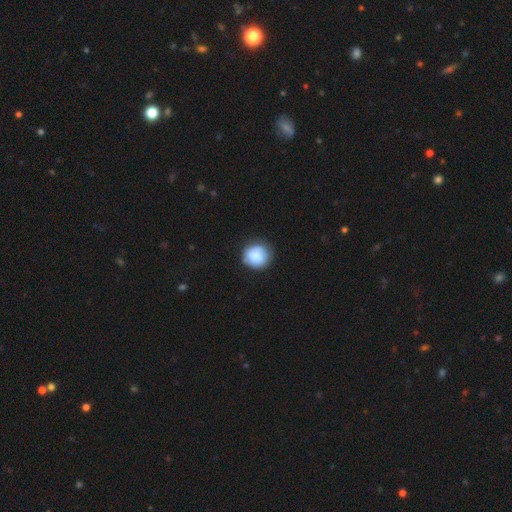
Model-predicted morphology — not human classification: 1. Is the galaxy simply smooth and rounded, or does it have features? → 81% smooth, 12% featured or disk, 7% star or artifact.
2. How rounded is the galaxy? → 88% round, 11% in between, 1% cigar-shaped.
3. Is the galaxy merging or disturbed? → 77% none, 17% minor disturbance, 4% major disturbance, 2% merger.